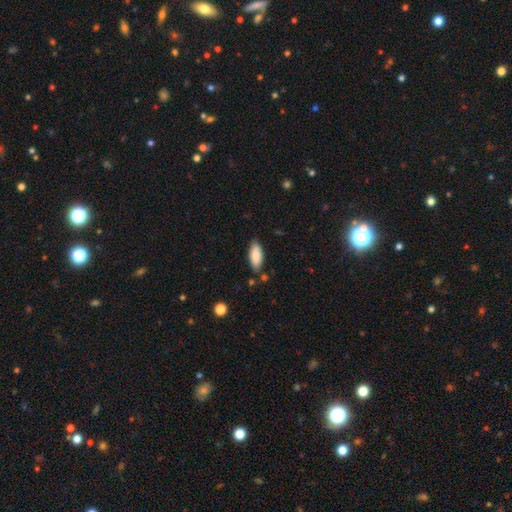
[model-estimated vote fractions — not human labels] Morphology: type=smooth (85%); roundness=in between (85%); merging=none (81%).